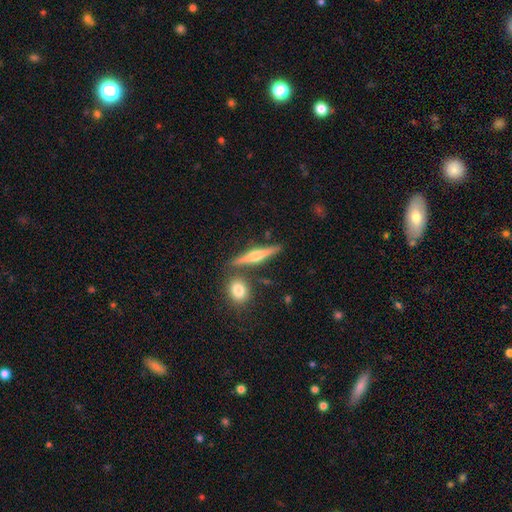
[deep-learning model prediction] The model was most divided on "smooth or featured": featured or disk: 67%, smooth: 26%, star or artifact: 7%. More confident: edge-on disk — yes (97%); edge-on bulge — rounded (89%); merging — none (81%).